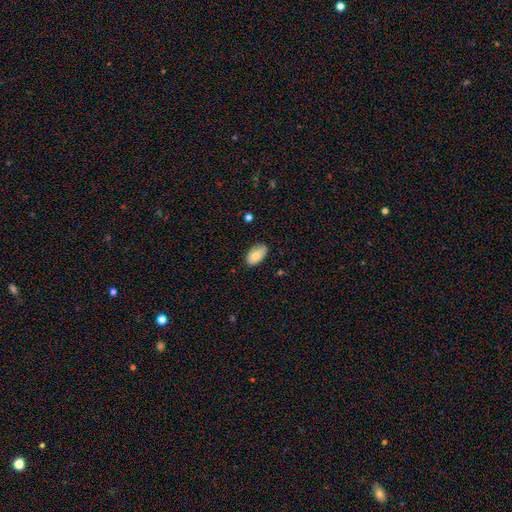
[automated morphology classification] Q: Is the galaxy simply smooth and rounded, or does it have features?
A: smooth — 75%.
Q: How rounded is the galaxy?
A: in between — 93%.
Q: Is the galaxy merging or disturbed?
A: none — 75%.